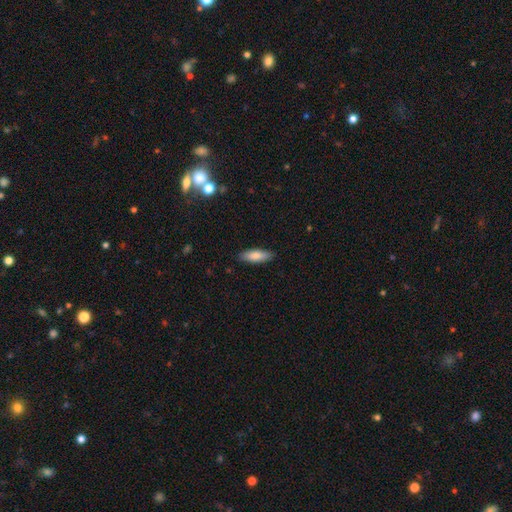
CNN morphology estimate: Q: Smooth or featured?
A: smooth (83%); runner-up: featured or disk (11%)
Q: How rounded?
A: in between (57%); runner-up: cigar-shaped (41%)
Q: Merging?
A: none (88%); runner-up: minor disturbance (9%)